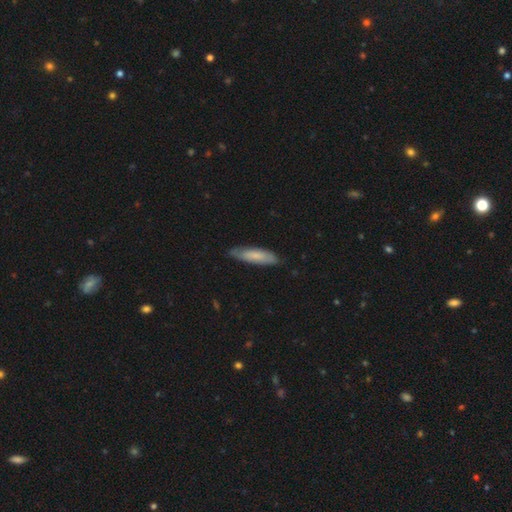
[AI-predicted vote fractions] This appears to be a smooth galaxy with no disk features (69%) that is cigar-shaped (70%). Merging: none (79%).